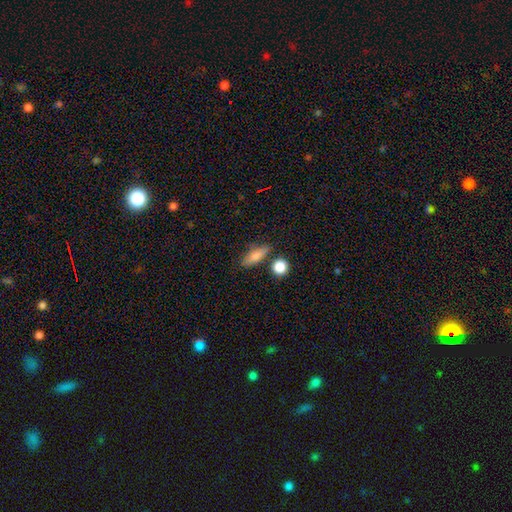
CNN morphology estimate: smooth-or-featured: smooth: 78% | featured or disk: 14% | star or artifact: 8%
  how-rounded: in between: 57% | cigar-shaped: 35% | round: 8%
  merging: none: 71% | minor disturbance: 16% | merger: 8% | major disturbance: 5%